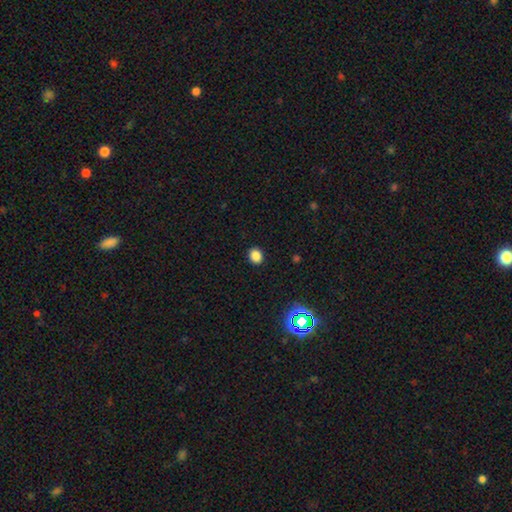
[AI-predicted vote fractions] A smooth galaxy with no disk features (84%) that is round (67%).

Vote fractions:
- Smooth or featured? smooth: 84% / star or artifact: 13% / featured or disk: 3%
- How rounded? round: 67% / in between: 33% / cigar-shaped: 1%
- Merging? none: 91% / minor disturbance: 6% / major disturbance: 2% / merger: 1%